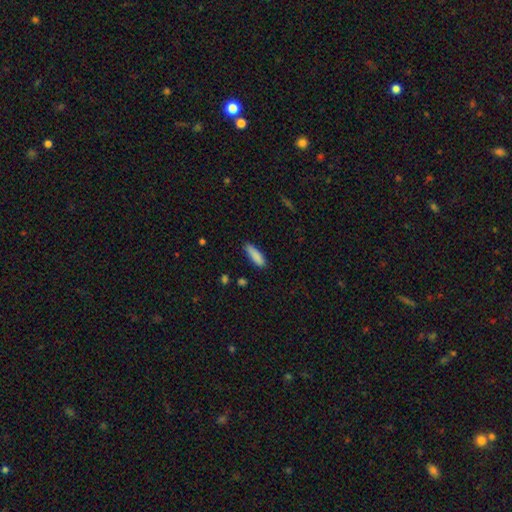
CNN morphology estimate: Q: Smooth or featured?
A: smooth (87%); runner-up: star or artifact (7%)
Q: How rounded?
A: cigar-shaped (53%); runner-up: in between (45%)
Q: Merging?
A: none (79%); runner-up: minor disturbance (17%)